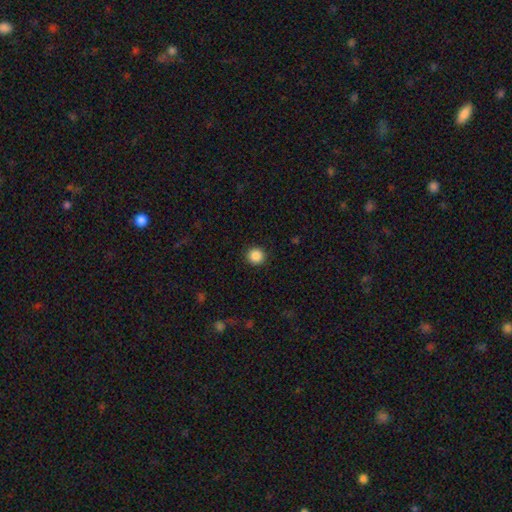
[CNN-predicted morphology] Overall: smooth (87%). How rounded: round (94%). Merging: none (92%).